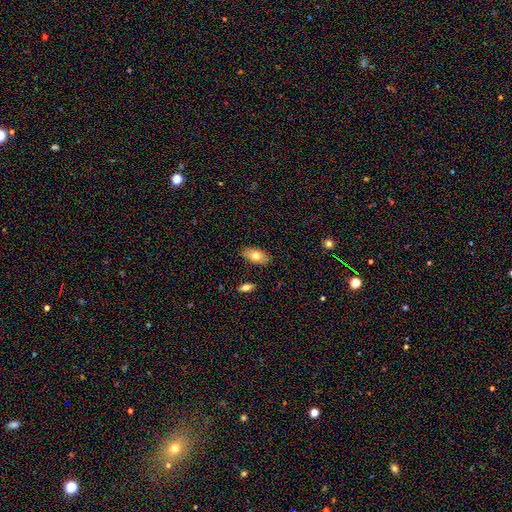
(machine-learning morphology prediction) smooth 72%, featured or disk 21%, star or artifact 7%. Down the decision tree: how rounded — in between (91%); merging — none (85%).